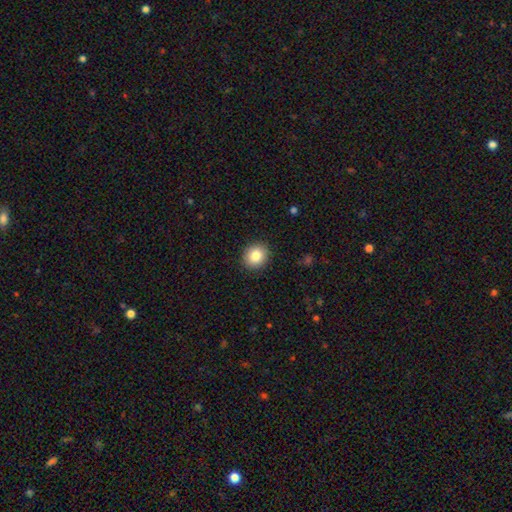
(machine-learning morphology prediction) Smooth or featured: smooth — 84% (star or artifact — 9%)
How rounded: round — 79% (in between — 20%)
Merging: none — 91% (minor disturbance — 6%)